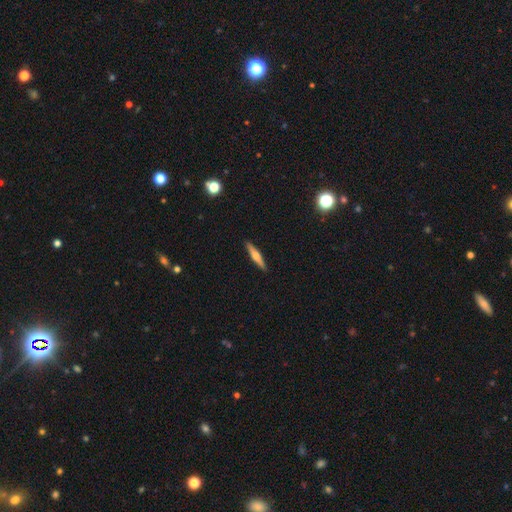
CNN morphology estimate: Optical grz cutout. It shows a featured or disk galaxy (54%) viewed edge-on (96%) with a rounded central bulge (89%). Merging: none (91%).